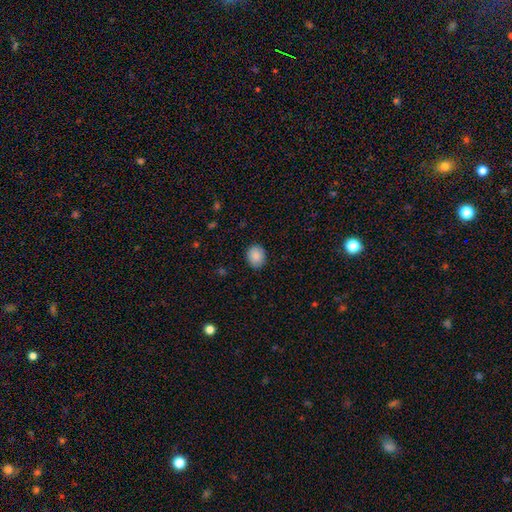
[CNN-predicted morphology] Smooth or featured? smooth (88%)
How rounded? round (62%)
Merging? none (88%)